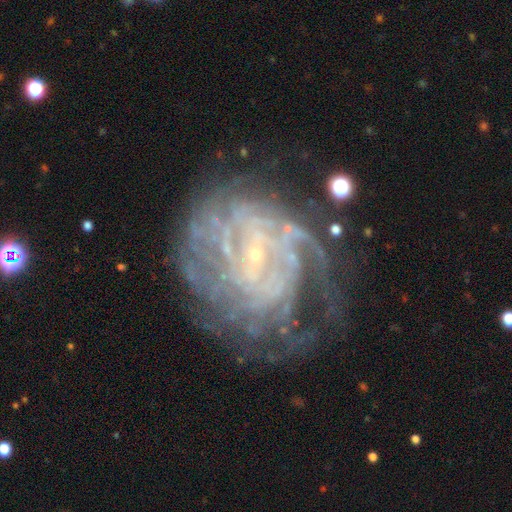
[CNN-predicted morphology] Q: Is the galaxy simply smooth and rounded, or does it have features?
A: featured or disk — 85%.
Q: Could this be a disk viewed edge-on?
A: no — 97%.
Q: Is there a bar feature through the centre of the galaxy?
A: no — 50%.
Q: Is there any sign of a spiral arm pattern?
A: yes — 90%.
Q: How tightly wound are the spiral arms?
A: tight — 67%.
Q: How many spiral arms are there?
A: can't tell — 42%.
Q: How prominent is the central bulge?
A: small — 87%.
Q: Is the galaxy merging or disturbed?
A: none — 56%.